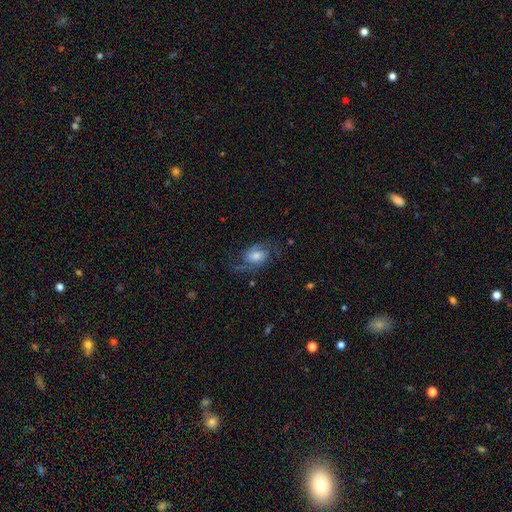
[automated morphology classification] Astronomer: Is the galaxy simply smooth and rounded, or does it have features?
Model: featured or disk — 64%.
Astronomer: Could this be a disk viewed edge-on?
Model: no — 96%.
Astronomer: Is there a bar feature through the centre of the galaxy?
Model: no — 51% (runner-up: weak, 40%).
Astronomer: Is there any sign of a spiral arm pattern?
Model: yes — 91%.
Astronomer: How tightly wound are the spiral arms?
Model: medium — 44% (runner-up: loose, 41%).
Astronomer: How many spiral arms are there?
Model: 2 — 82%.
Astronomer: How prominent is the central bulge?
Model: moderate — 46% (runner-up: large, 23%).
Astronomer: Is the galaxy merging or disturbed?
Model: none — 63%.